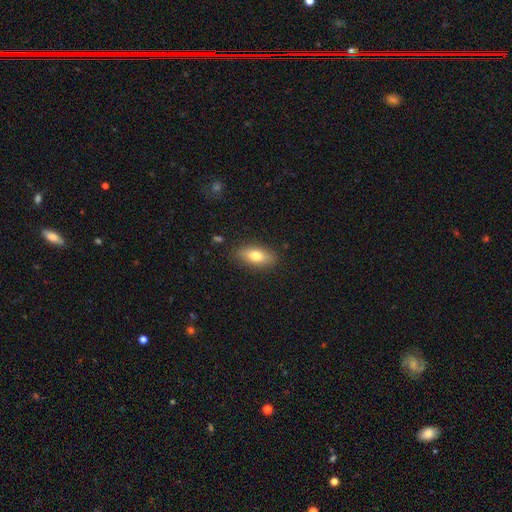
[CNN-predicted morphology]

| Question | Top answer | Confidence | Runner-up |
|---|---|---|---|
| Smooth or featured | smooth | 74% | featured or disk (19%) |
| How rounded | in between | 81% | cigar-shaped (15%) |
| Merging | none | 86% | minor disturbance (10%) |